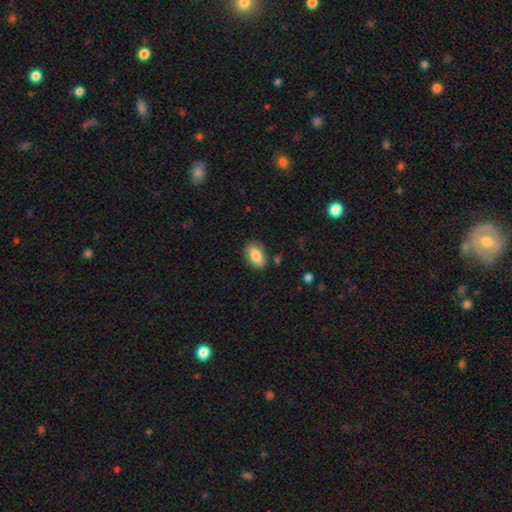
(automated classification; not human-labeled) This is likely a smooth galaxy (79%). How rounded: clearly in between (89%). Merging: likely none (79%).